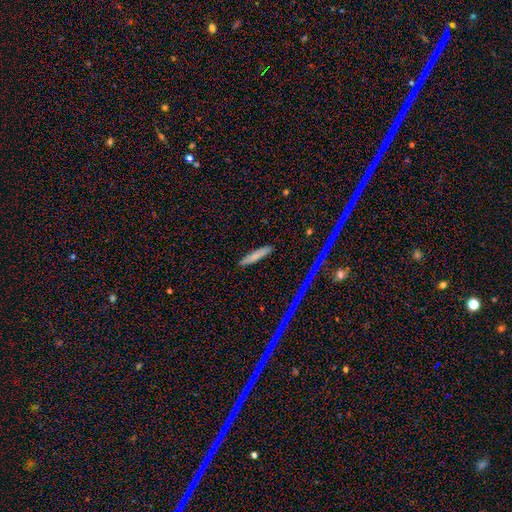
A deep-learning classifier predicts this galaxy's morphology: Smooth or featured?
  - smooth: 78% *
  - featured or disk: 14%
  - star or artifact: 8%
How rounded?
  - cigar-shaped: 87% *
  - in between: 12%
  - round: 1%
Merging?
  - none: 88% *
  - minor disturbance: 9%
  - major disturbance: 2%
  - merger: 1%